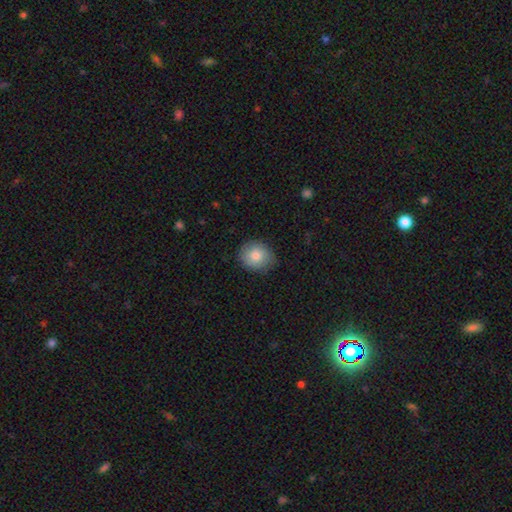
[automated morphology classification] This appears to be a smooth galaxy with no disk features (82%) that is round (79%). Merging: none (82%).